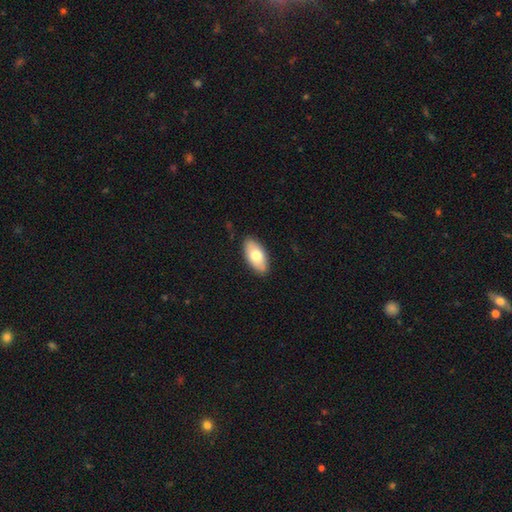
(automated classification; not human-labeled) Morphology: type=smooth (71%); roundness=in between (92%); merging=none (87%).